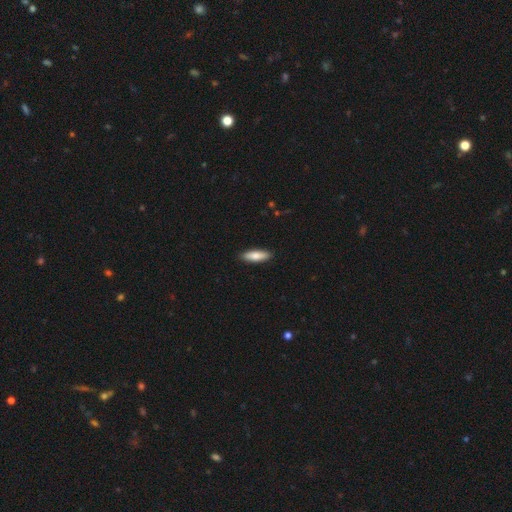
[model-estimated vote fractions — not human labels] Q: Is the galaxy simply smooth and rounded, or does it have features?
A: smooth — 82%.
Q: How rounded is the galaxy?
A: in between — 52%.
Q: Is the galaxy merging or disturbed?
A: none — 90%.